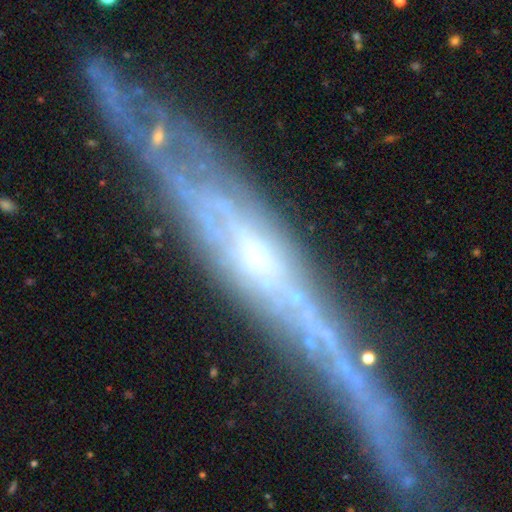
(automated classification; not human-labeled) Morphology: type=featured or disk (75%); edge-on=yes (80%); edge-on bulge=none (52%); merging=none (71%).